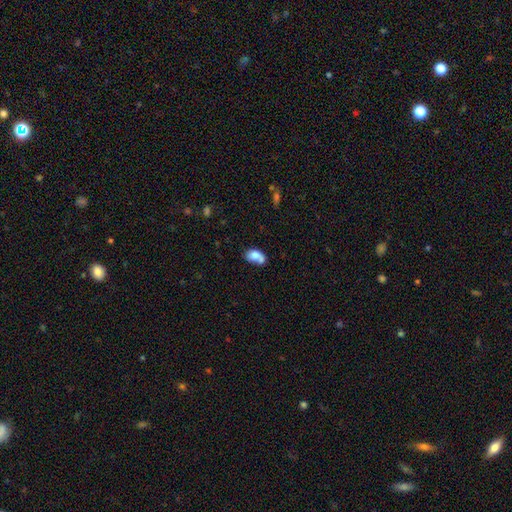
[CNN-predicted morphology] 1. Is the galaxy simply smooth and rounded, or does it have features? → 74% smooth, 18% featured or disk, 9% star or artifact.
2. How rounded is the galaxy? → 83% in between, 15% round, 2% cigar-shaped.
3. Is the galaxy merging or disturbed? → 43% merger, 29% none, 18% minor disturbance, 10% major disturbance.